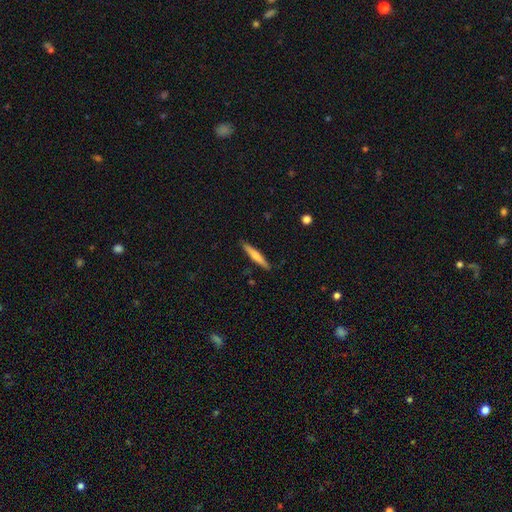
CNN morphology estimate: The model was most divided on "smooth or featured": smooth: 61%, featured or disk: 34%, star or artifact: 6%. More confident: how rounded — cigar-shaped (93%); merging — none (90%).